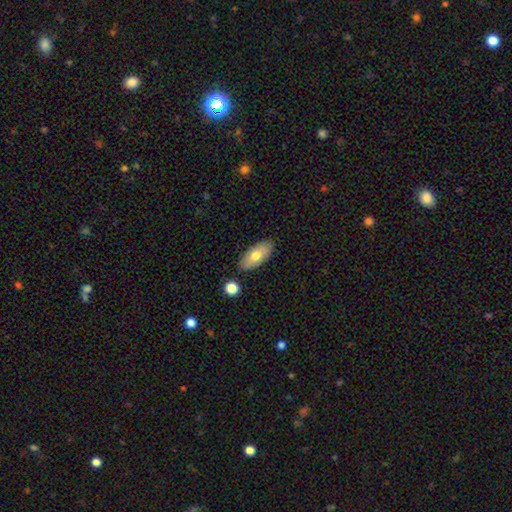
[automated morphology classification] The model was most divided on "smooth or featured": smooth: 71%, featured or disk: 22%, star or artifact: 6%. More confident: how rounded — in between (89%); merging — none (86%).